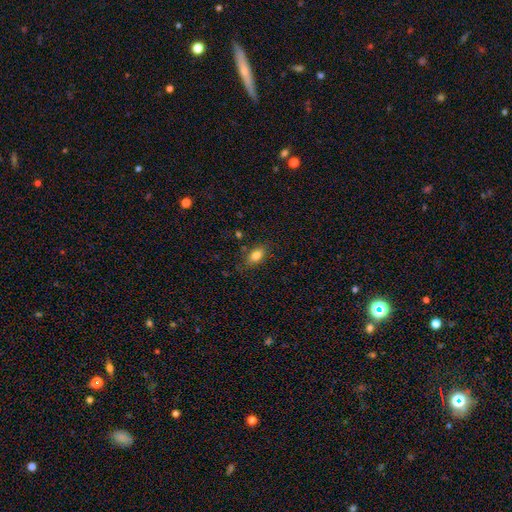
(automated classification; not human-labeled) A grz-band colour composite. It shows a smooth galaxy with no disk features (81%) that is in between round and cigar-shaped (85%). Merging: none (80%).